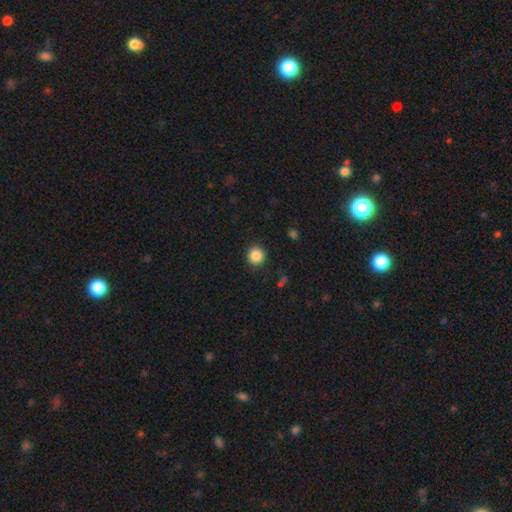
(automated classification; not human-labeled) This is clearly a smooth galaxy (87%). How rounded: clearly round (94%). Merging: clearly none (91%).